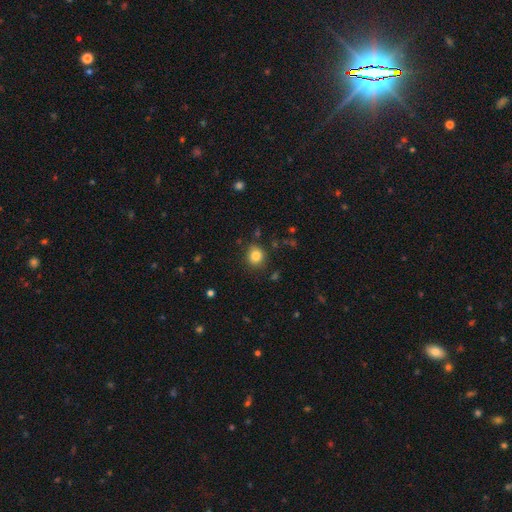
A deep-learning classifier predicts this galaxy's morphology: Smooth or featured? smooth (84%)
How rounded? round (78%)
Merging? none (85%)